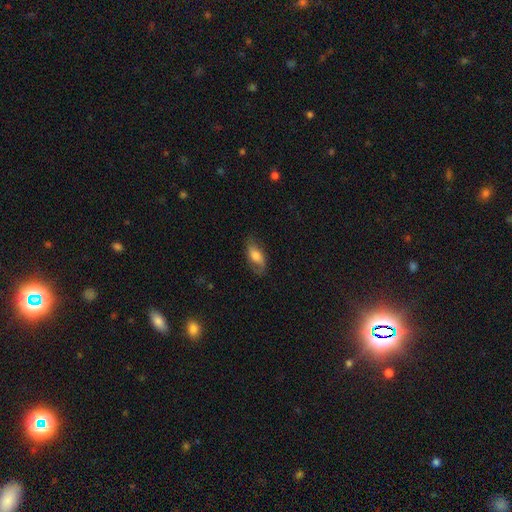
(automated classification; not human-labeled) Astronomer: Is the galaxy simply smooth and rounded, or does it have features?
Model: smooth — 50% (runner-up: featured or disk, 42%).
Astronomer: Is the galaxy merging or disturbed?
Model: none — 69%.